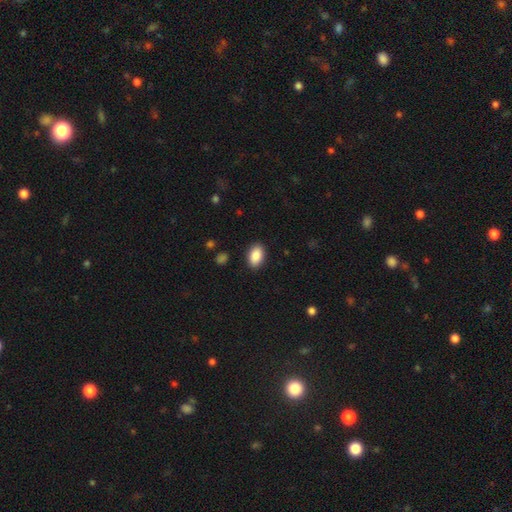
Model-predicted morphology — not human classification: Smooth or featured? smooth (89%)
How rounded? in between (91%)
Merging? none (89%)